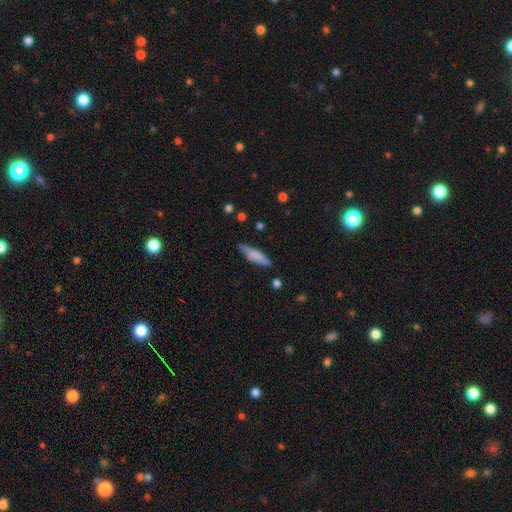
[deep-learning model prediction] A smooth galaxy with no disk features (74%) that is cigar-shaped (74%).

Vote fractions:
- Smooth or featured? smooth: 74% / featured or disk: 20% / star or artifact: 6%
- How rounded? cigar-shaped: 74% / in between: 24% / round: 2%
- Merging? none: 76% / minor disturbance: 18% / major disturbance: 3% / merger: 2%